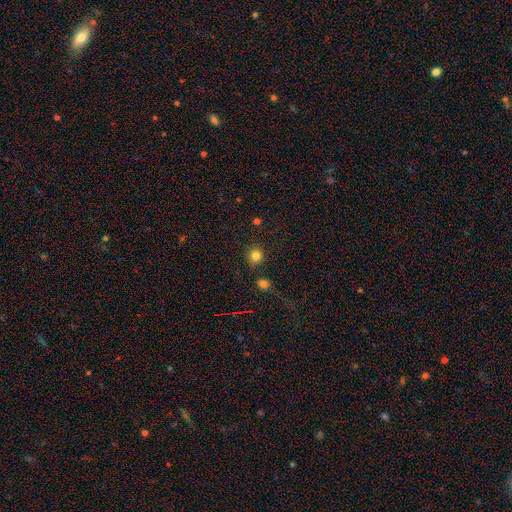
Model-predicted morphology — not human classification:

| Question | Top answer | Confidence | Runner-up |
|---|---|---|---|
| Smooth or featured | smooth | 81% | star or artifact (13%) |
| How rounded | round | 91% | in between (8%) |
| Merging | none | 84% | minor disturbance (9%) |